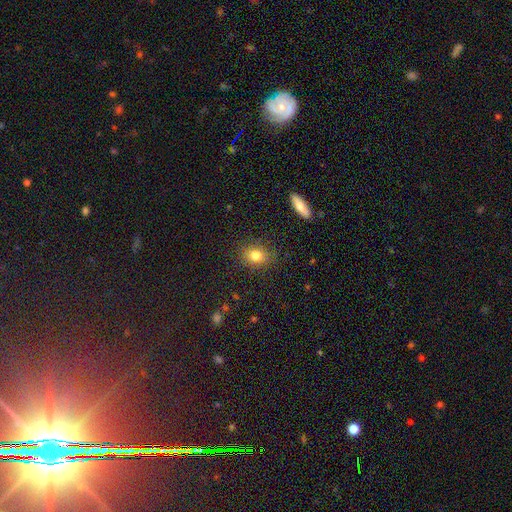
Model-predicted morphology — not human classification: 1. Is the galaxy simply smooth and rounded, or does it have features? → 80% smooth, 11% star or artifact, 9% featured or disk.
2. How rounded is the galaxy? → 52% round, 46% in between, 2% cigar-shaped.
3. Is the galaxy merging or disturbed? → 85% none, 10% minor disturbance, 3% major disturbance, 1% merger.